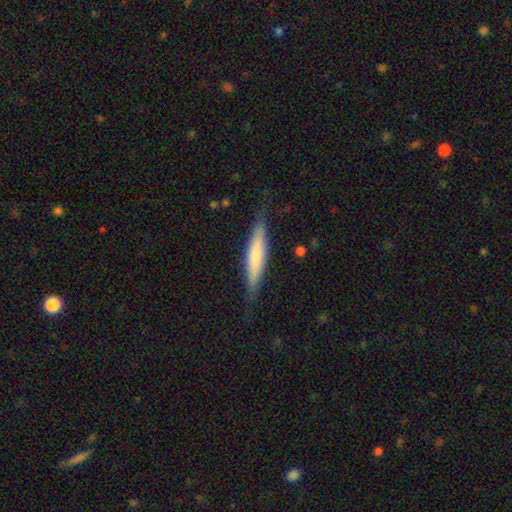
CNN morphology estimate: A smooth galaxy with no disk features (62%) that is cigar-shaped (88%).

Vote fractions:
- Smooth or featured? smooth: 62% / featured or disk: 33% / star or artifact: 6%
- How rounded? cigar-shaped: 88% / in between: 11% / round: 1%
- Merging? none: 81% / minor disturbance: 15% / major disturbance: 3% / merger: 1%